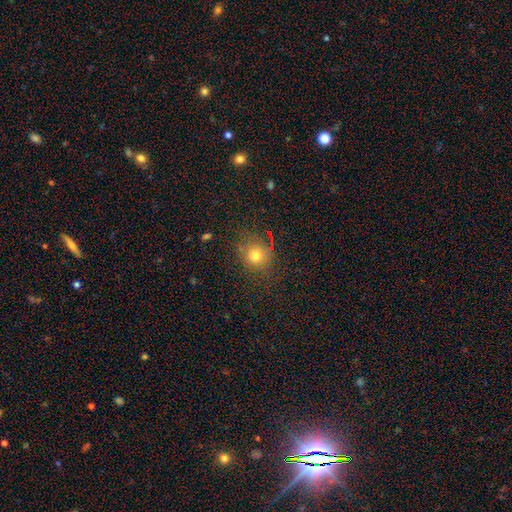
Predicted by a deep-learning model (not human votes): Smooth or featured: smooth — 76% (star or artifact — 16%)
How rounded: round — 82% (in between — 17%)
Merging: none — 82% (minor disturbance — 12%)